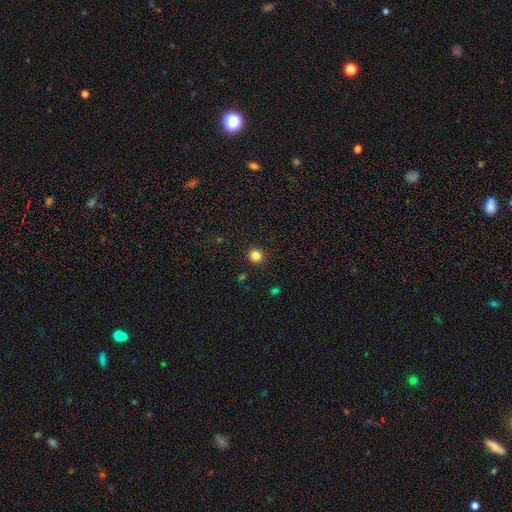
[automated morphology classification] This appears to be a smooth galaxy with no disk features (83%) that is round (92%). Merging: none (92%).